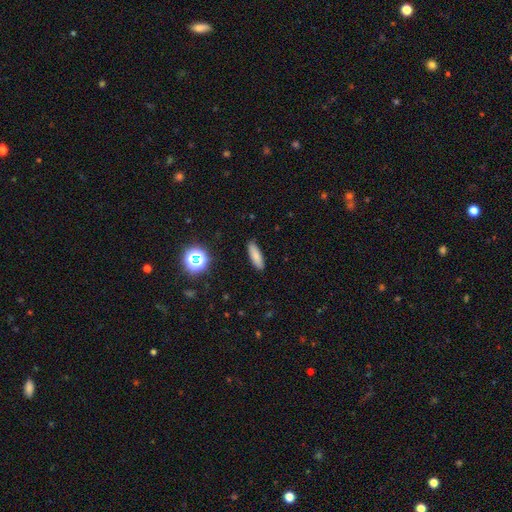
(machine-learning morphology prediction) smooth 81%, star or artifact 11%, featured or disk 9%. Down the decision tree: how rounded — cigar-shaped (55%); merging — none (89%).